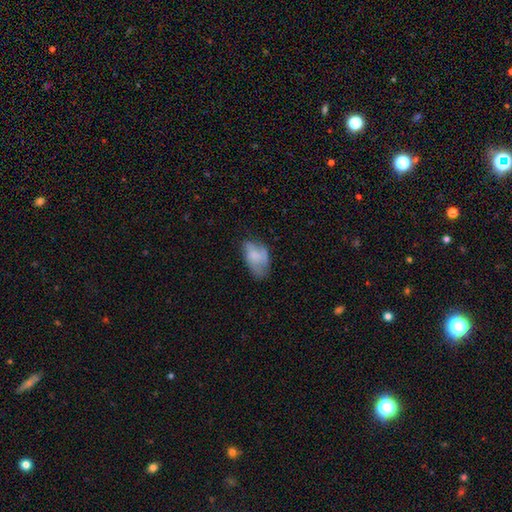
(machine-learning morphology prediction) Smooth or featured?
  - smooth: 63% *
  - featured or disk: 29%
  - star or artifact: 8%
How rounded?
  - in between: 91% *
  - round: 7%
  - cigar-shaped: 2%
Merging?
  - none: 45% *
  - minor disturbance: 34%
  - major disturbance: 19%
  - merger: 2%